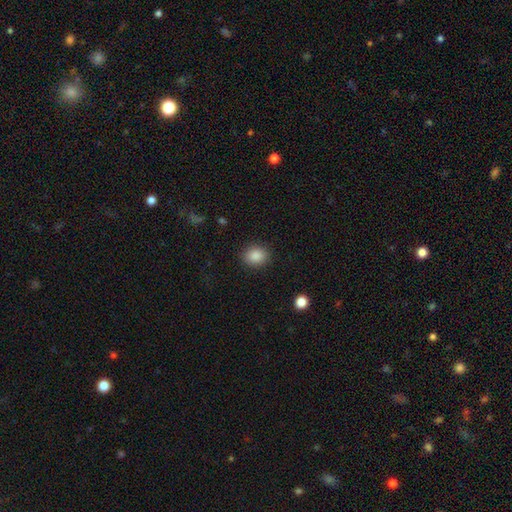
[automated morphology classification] Overall: smooth (87%). How rounded: round (65%; in between 34%). Merging: none (89%).